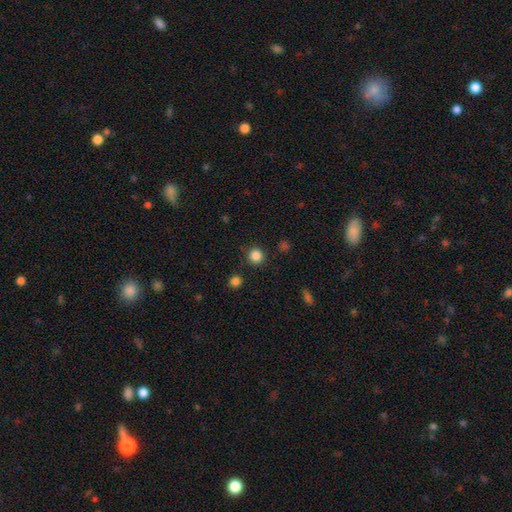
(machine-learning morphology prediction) Smooth or featured?
  - smooth: 85% *
  - star or artifact: 12%
  - featured or disk: 3%
How rounded?
  - round: 93% *
  - in between: 6%
  - cigar-shaped: 1%
Merging?
  - none: 89% *
  - minor disturbance: 6%
  - merger: 3%
  - major disturbance: 2%